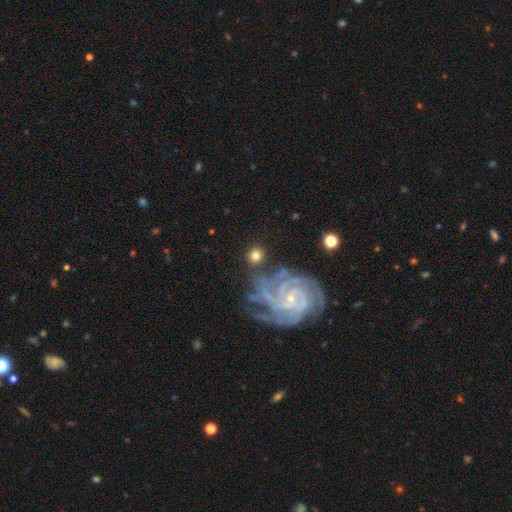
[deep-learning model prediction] This appears to be a smooth galaxy with no disk features (52%) that is round (83%). Merging: none (79%).